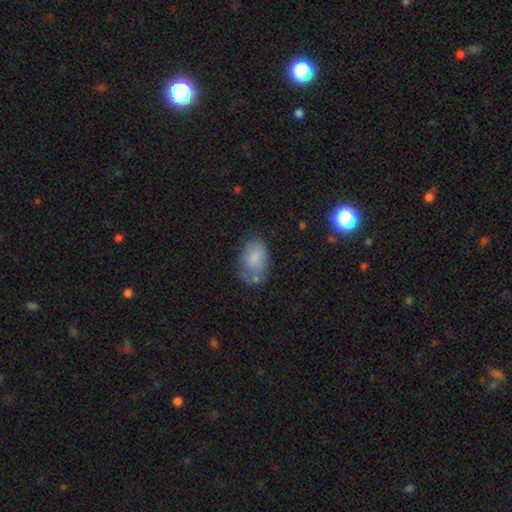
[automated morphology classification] Overall: smooth (71%). How rounded: in between (87%). Merging: none (55%; minor disturbance 27%).